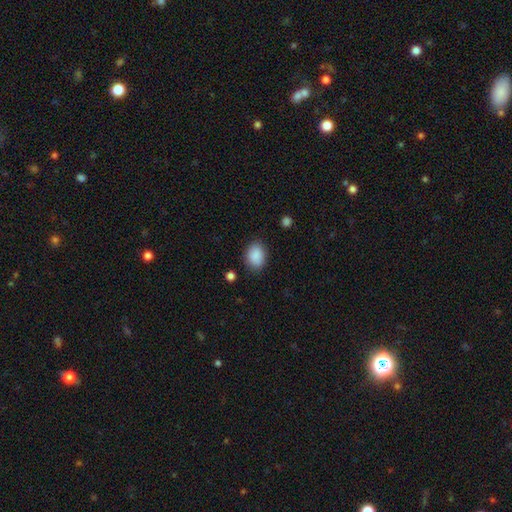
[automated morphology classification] Smooth or featured: smooth — 89% (star or artifact — 7%)
How rounded: in between — 73% (round — 26%)
Merging: none — 83% (minor disturbance — 12%)